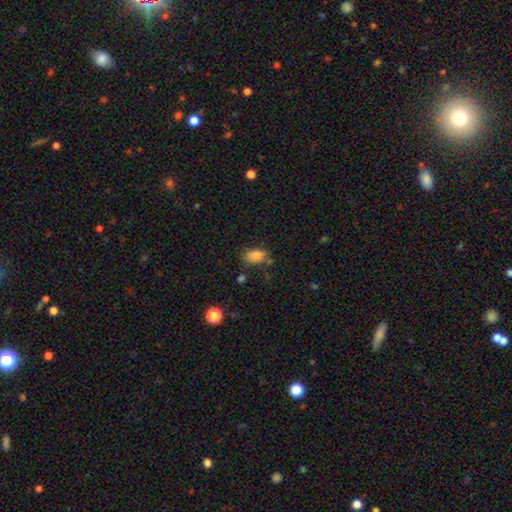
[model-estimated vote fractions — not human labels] smooth_or_featured: smooth (p=0.84) [alt: star or artifact p=0.10]
how_rounded: in between (p=0.88) [alt: round p=0.10]
merging: none (p=0.66) [alt: minor disturbance p=0.22]